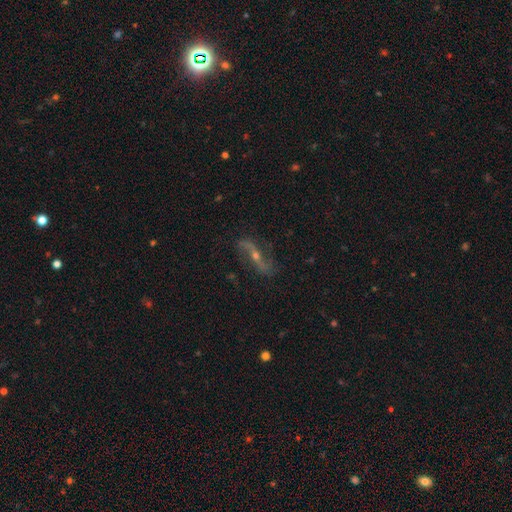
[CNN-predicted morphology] smooth_or_featured: featured or disk (p=0.84) [alt: star or artifact p=0.08]
disk_edge_on: no (p=0.83) [alt: yes p=0.17]
bar: no (p=0.36) [alt: strong p=0.33]
has_spiral_arms: yes (p=0.94) [alt: no p=0.06]
spiral_winding: loose (p=0.77) [alt: medium p=0.17]
spiral_arm_count: 2 (p=0.92) [alt: can't tell p=0.03]
bulge_size: small (p=0.50) [alt: moderate p=0.45]
merging: none (p=0.79) [alt: minor disturbance p=0.13]